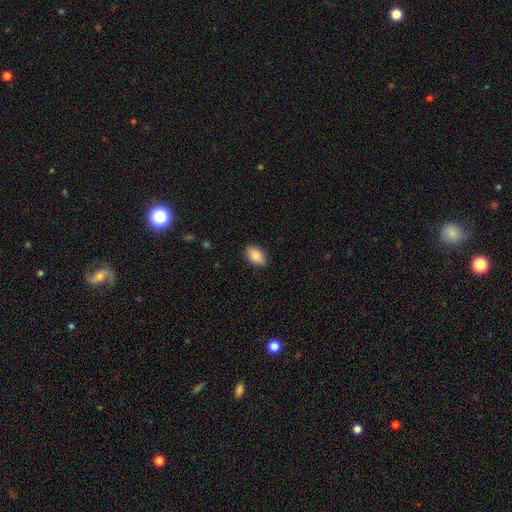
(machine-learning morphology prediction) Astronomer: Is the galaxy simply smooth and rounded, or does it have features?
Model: smooth — 81%.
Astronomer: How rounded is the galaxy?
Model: in between — 88%.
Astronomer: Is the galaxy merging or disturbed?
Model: none — 84%.